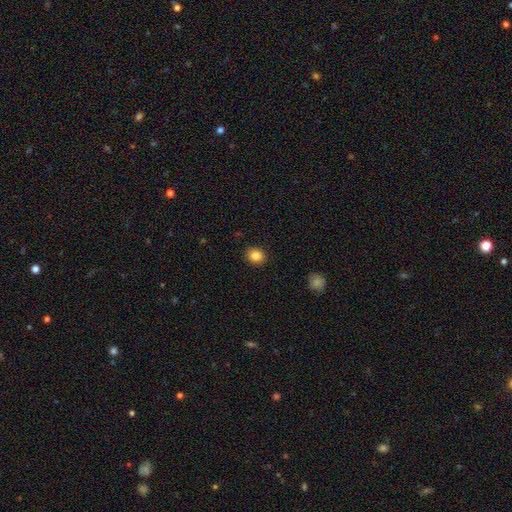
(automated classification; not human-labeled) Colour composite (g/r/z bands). It shows a smooth galaxy with no disk features (84%) that is round (71%). Merging: none (91%).